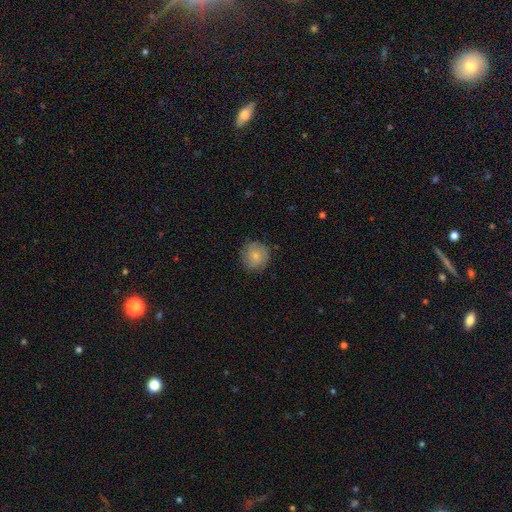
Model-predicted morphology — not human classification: A smooth galaxy with no disk features (74%) that is round (91%). Merging: none (82%).